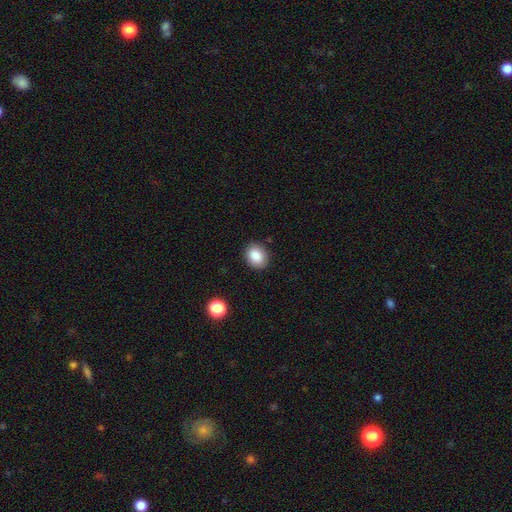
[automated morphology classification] Smooth or featured? smooth (86%)
How rounded? in between (53%)
Merging? none (87%)